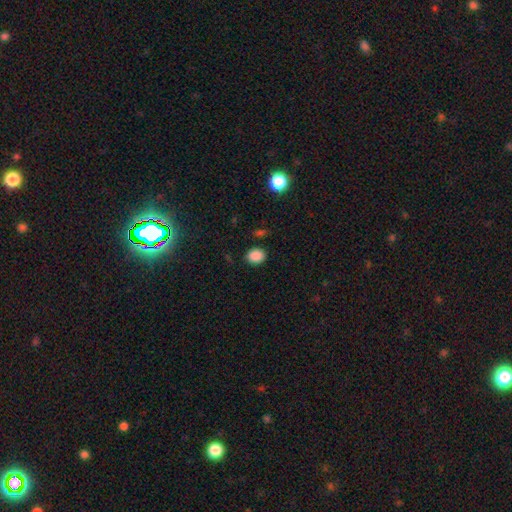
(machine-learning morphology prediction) Smooth or featured?
  - smooth: 87% *
  - star or artifact: 10%
  - featured or disk: 3%
How rounded?
  - round: 51% *
  - in between: 48%
  - cigar-shaped: 1%
Merging?
  - none: 85% *
  - minor disturbance: 10%
  - major disturbance: 3%
  - merger: 2%